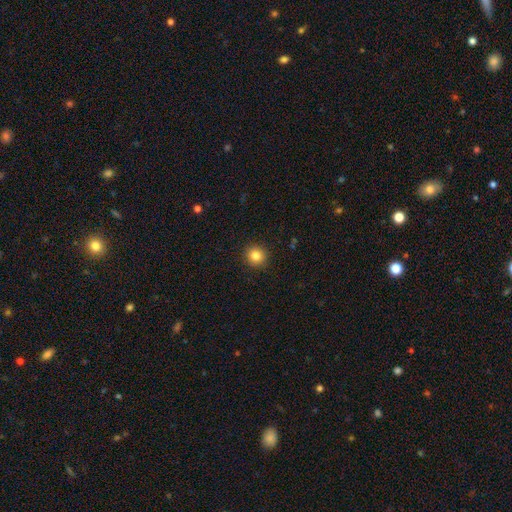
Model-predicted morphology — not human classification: Smooth or featured? Predicted: smooth (p=0.84). How rounded? Predicted: round (p=0.92). Merging? Predicted: none (p=0.92).